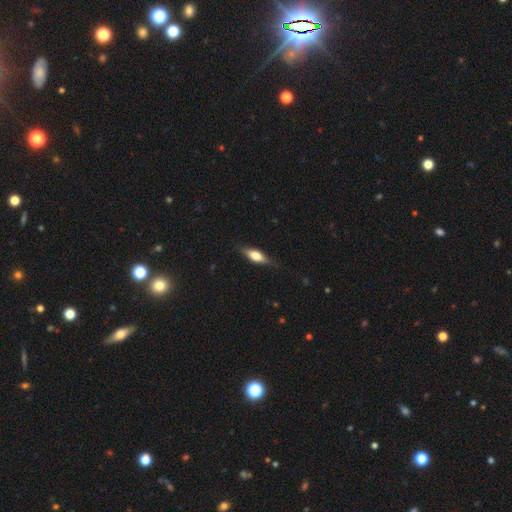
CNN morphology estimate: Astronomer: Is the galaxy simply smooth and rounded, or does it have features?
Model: smooth — 50% (runner-up: featured or disk, 44%).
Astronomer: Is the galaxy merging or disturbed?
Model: none — 82%.